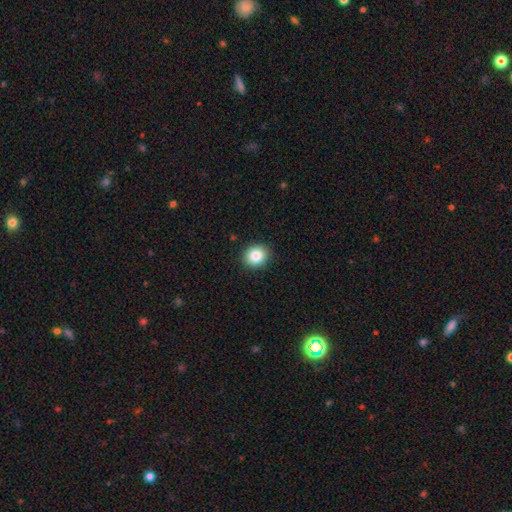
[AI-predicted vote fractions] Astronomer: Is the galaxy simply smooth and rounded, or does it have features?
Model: smooth — 86%.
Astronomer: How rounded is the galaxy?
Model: round — 74%.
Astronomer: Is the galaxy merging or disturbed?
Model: none — 91%.